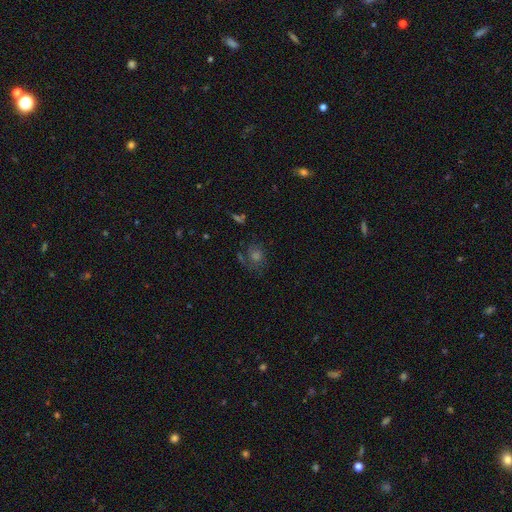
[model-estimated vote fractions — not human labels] Smooth or featured: smooth — 37% (featured or disk — 33%)
Merging: none — 68% (minor disturbance — 16%)